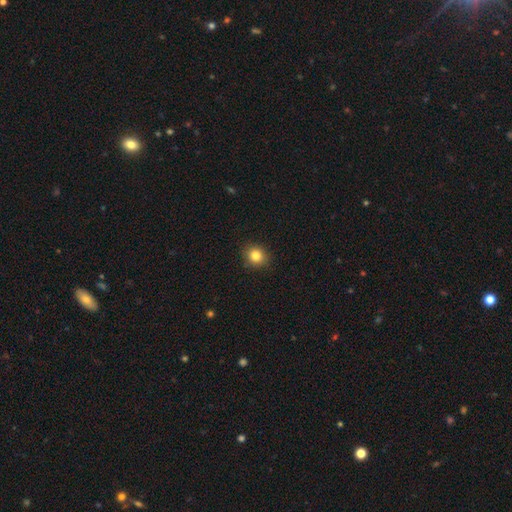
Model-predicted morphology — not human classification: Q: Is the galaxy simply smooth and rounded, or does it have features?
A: smooth — 83%.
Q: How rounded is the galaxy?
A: round — 80%.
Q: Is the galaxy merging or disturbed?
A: none — 89%.